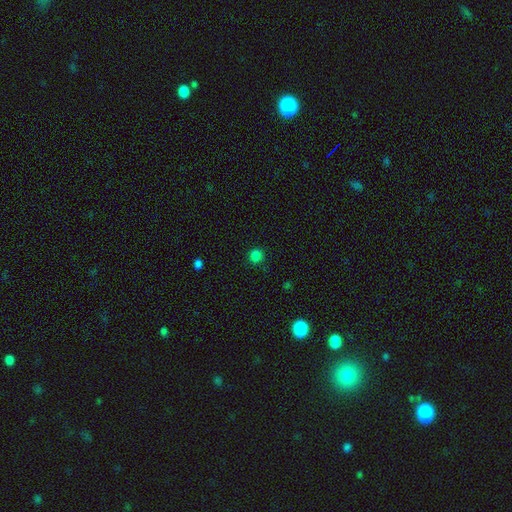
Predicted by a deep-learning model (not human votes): Smooth or featured? Predicted: smooth (p=0.82). How rounded? Predicted: round (p=0.92). Merging? Predicted: none (p=0.90).